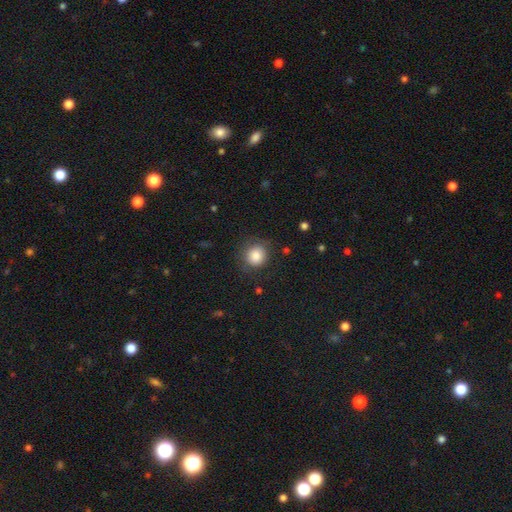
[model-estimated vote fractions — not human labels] smooth 84%, star or artifact 10%, featured or disk 6%. Down the decision tree: how rounded — round (86%); merging — none (78%).